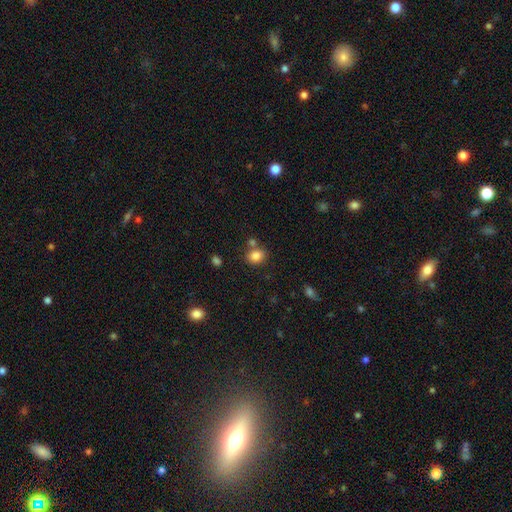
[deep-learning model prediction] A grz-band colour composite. It shows a smooth galaxy with no disk features (84%) that is round (57%). Merging: none (68%).